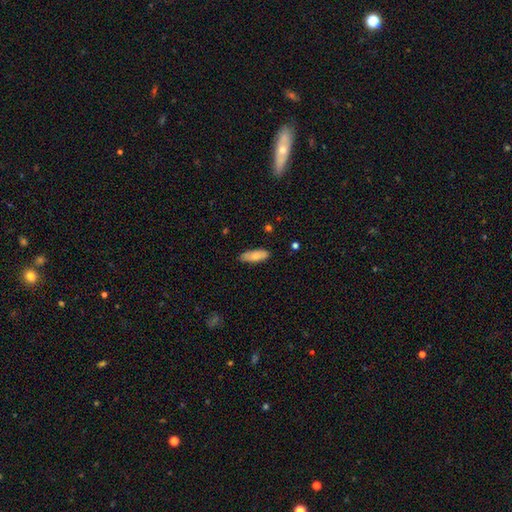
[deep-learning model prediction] A smooth galaxy with no disk features (79%) that is in between round and cigar-shaped (66%). Merging: none (80%).